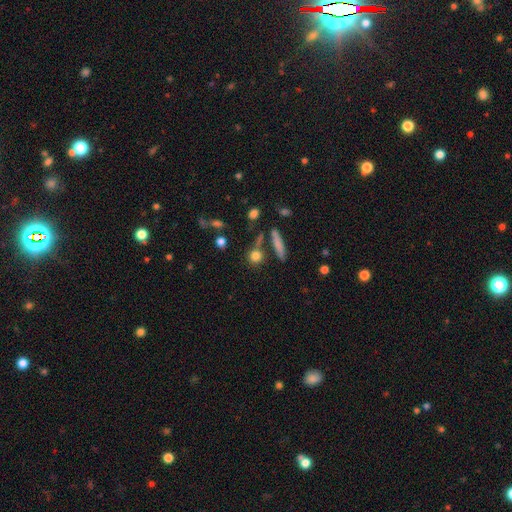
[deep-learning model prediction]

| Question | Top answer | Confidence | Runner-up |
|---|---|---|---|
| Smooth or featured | smooth | 79% | star or artifact (11%) |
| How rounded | round | 76% | in between (14%) |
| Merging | none | 71% | merger (14%) |